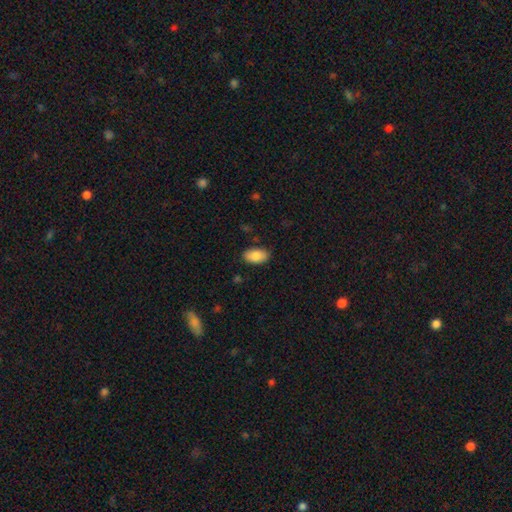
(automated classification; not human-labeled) Overall: smooth (86%). How rounded: in between (94%). Merging: none (86%).